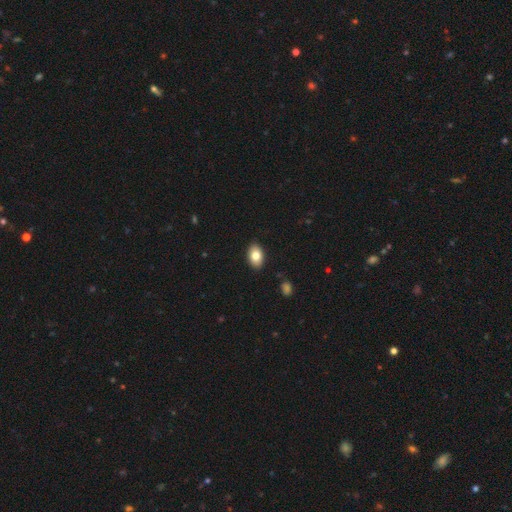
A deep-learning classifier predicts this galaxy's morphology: This is clearly a smooth galaxy (80%). How rounded: clearly in between (89%). Merging: clearly none (89%).